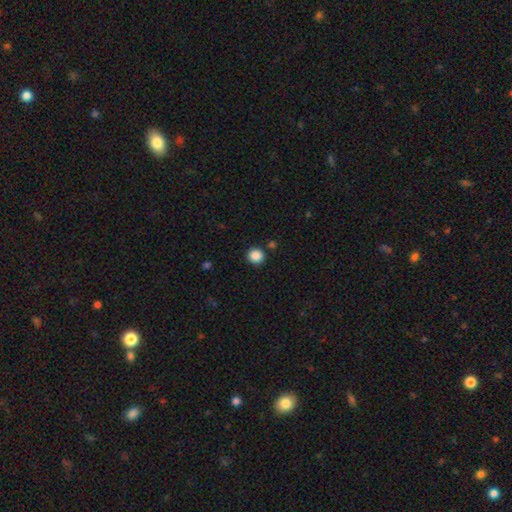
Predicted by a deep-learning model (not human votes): The model was most divided on "smooth or featured": smooth: 87%, star or artifact: 10%, featured or disk: 3%. More confident: how rounded — round (93%); merging — none (89%).